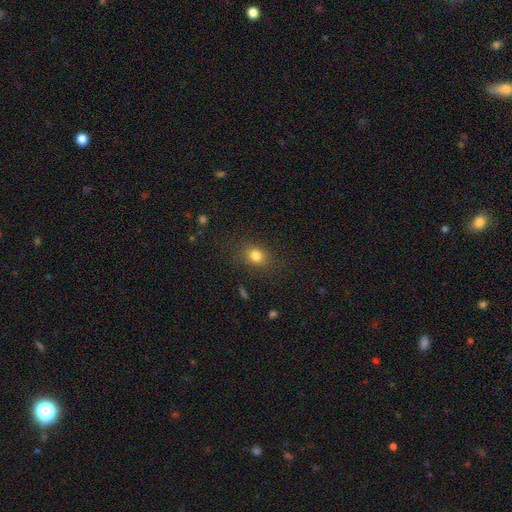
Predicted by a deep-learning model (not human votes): smooth_or_featured: smooth (p=0.80) [alt: star or artifact p=0.13]
how_rounded: in between (p=0.50) [alt: round p=0.49]
merging: none (p=0.83) [alt: minor disturbance p=0.11]